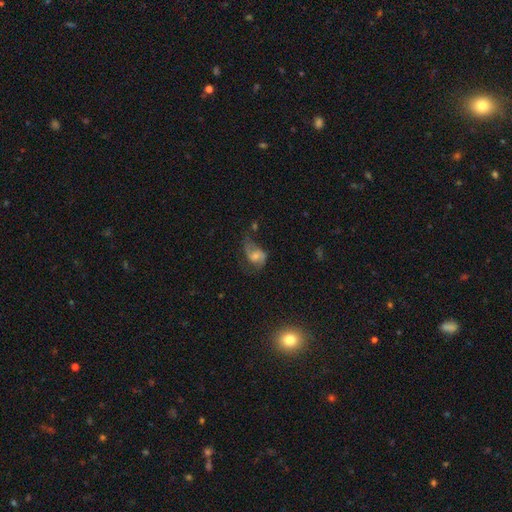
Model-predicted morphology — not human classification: smooth-or-featured: featured or disk: 53% | smooth: 37% | star or artifact: 10%
  disk-edge-on: no: 96% | yes: 4%
    bar: no: 63% | weak: 30% | strong: 7%
    has-spiral-arms: yes: 78% | no: 22%
    bulge-size: moderate: 49% | small: 37% | none: 7% | large: 6% | dominant: 2%
  merging: none: 35% | major disturbance: 31% | minor disturbance: 28% | merger: 5%